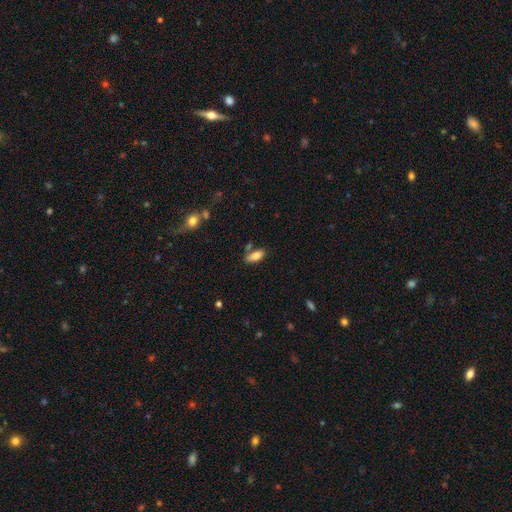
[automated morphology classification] type=smooth (84%); roundness=in between (81%); merging=none (68%).